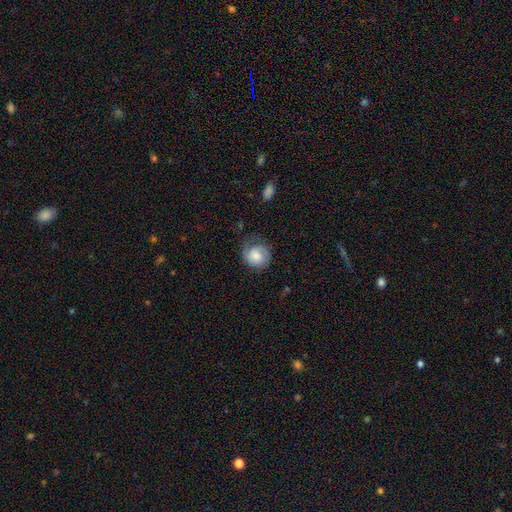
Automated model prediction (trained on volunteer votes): A smooth galaxy with no disk features (56%) that is round (79%). Merging: none (51%).